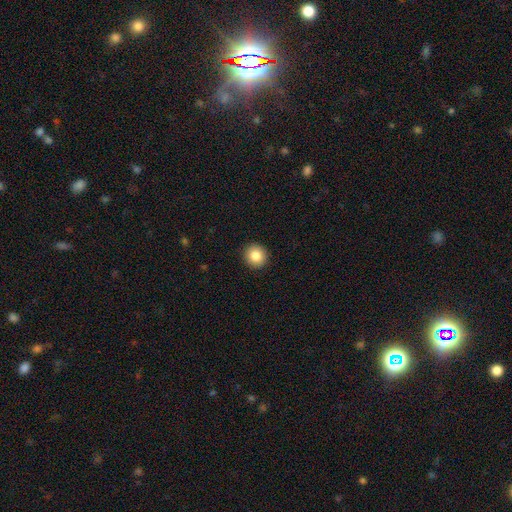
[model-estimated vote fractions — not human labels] Morphology: type=smooth (85%); roundness=round (93%); merging=none (93%).